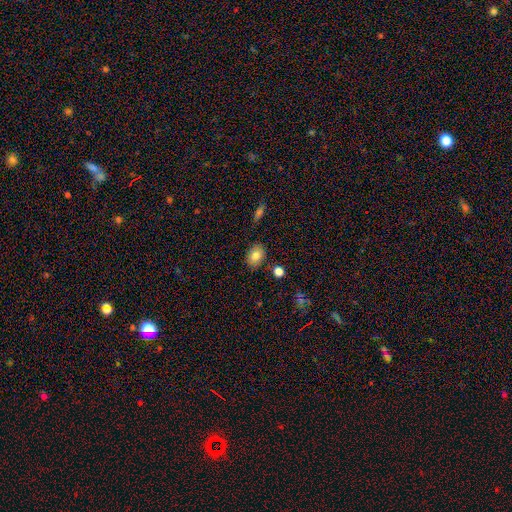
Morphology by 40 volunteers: type=smooth (72%); roundness=in between (66%); merging=none (84%).